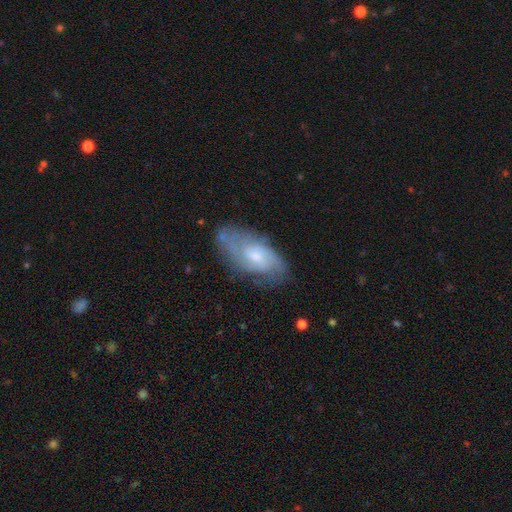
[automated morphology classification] smooth_or_featured: featured or disk (p=0.67) [alt: smooth p=0.27]
disk_edge_on: no (p=0.93) [alt: yes p=0.07]
bar: no (p=0.59) [alt: weak p=0.36]
has_spiral_arms: yes (p=0.86) [alt: no p=0.14]
spiral_winding: medium (p=0.43) [alt: tight p=0.39]
spiral_arm_count: 2 (p=0.42) [alt: can't tell p=0.37]
bulge_size: small (p=0.52) [alt: moderate p=0.39]
merging: none (p=0.67) [alt: minor disturbance p=0.22]